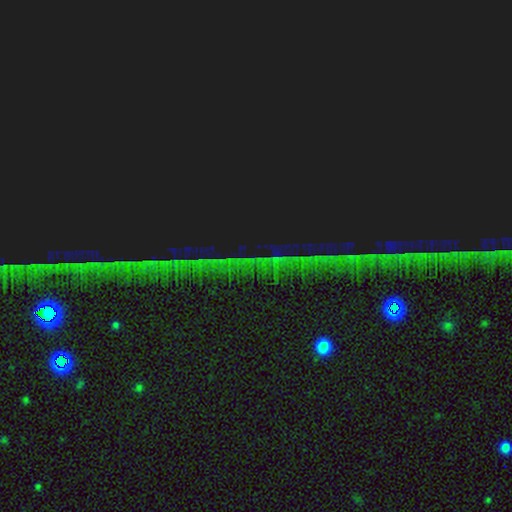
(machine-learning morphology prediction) smooth_or_featured: star or artifact (p=0.85) [alt: featured or disk p=0.07]